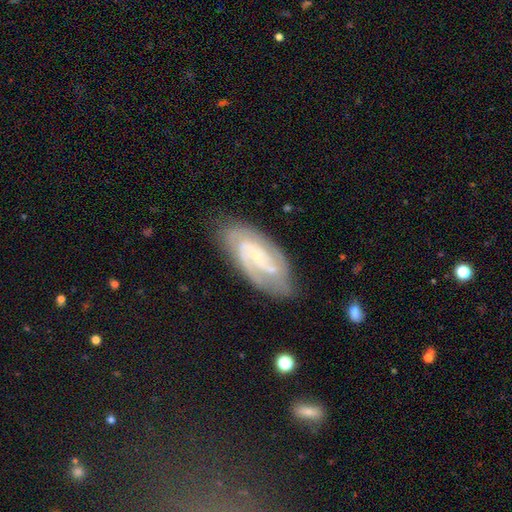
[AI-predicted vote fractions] This is clearly a featured or disk galaxy (85%). It is clearly not viewed edge-on (95%). Bar: marginally weak (45%). Spiral arm pattern: clearly yes (97%). Spiral arm count: likely 2 (69%). Spiral winding: possibly tight (47%). Central bulge: likely small (77%). Merging: likely none (78%).